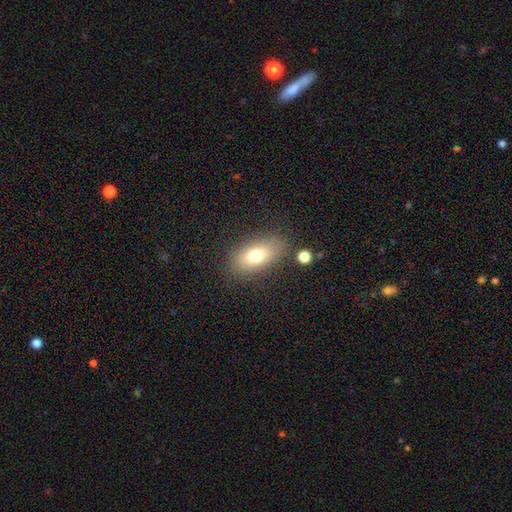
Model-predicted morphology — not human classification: This appears to be a smooth galaxy with no disk features (73%) that is in between round and cigar-shaped (86%). Merging: none (81%).